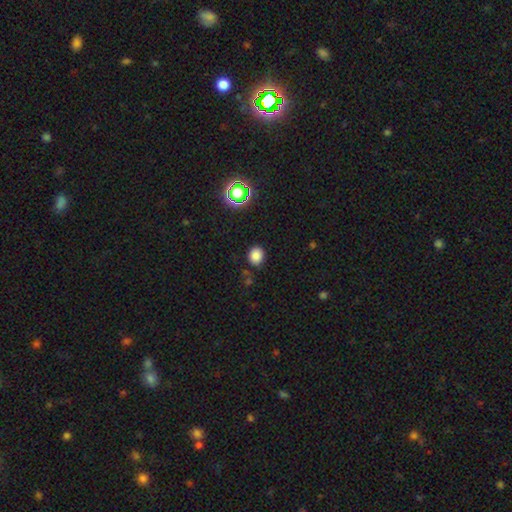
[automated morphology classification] smooth-or-featured: smooth: 81% | star or artifact: 15% | featured or disk: 5%
  how-rounded: round: 64% | in between: 35% | cigar-shaped: 1%
  merging: none: 85% | minor disturbance: 10% | major disturbance: 3% | merger: 2%